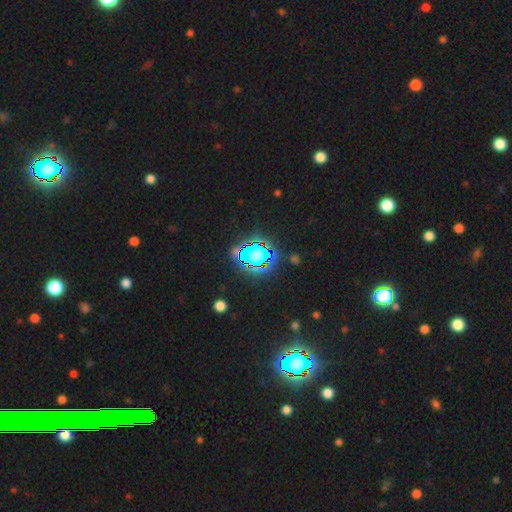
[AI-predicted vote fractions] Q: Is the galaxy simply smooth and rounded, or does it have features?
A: star or artifact — 60%.